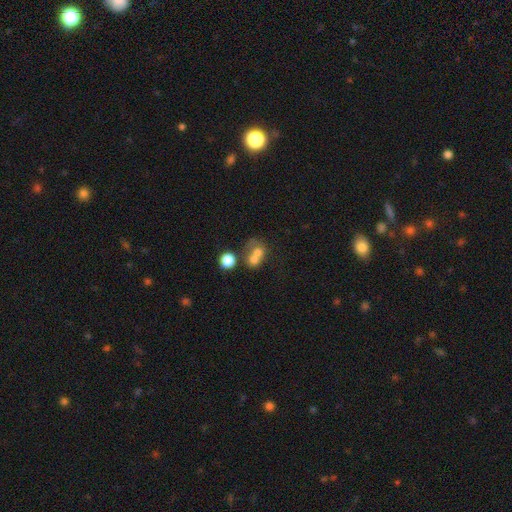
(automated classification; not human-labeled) Smooth or featured: smooth — 65% (featured or disk — 22%)
How rounded: round — 63% (in between — 36%)
Merging: merger — 65% (none — 22%)